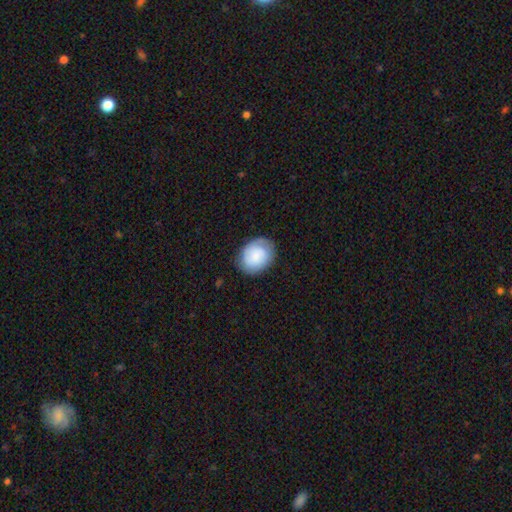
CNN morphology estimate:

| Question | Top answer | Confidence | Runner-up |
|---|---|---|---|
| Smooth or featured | smooth | 65% | featured or disk (28%) |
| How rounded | in between | 55% | round (44%) |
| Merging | none | 75% | minor disturbance (19%) |